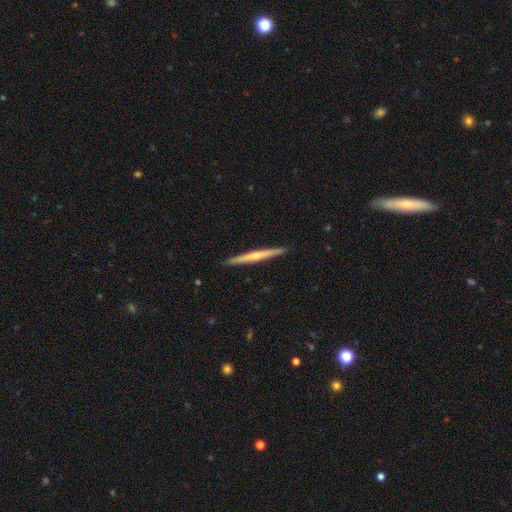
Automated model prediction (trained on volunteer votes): Morphology: type=featured or disk (61%); edge-on=yes (98%); edge-on bulge=rounded (59%); merging=none (93%).